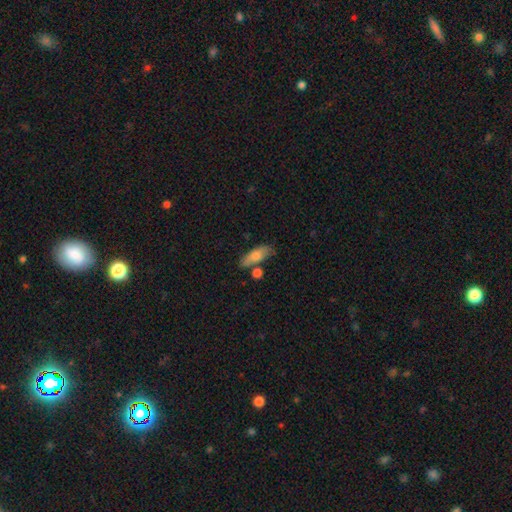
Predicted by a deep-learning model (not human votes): smooth-or-featured: smooth: 74% | featured or disk: 19% | star or artifact: 7%
  how-rounded: in between: 68% | cigar-shaped: 29% | round: 3%
  merging: none: 63% | minor disturbance: 18% | merger: 13% | major disturbance: 5%